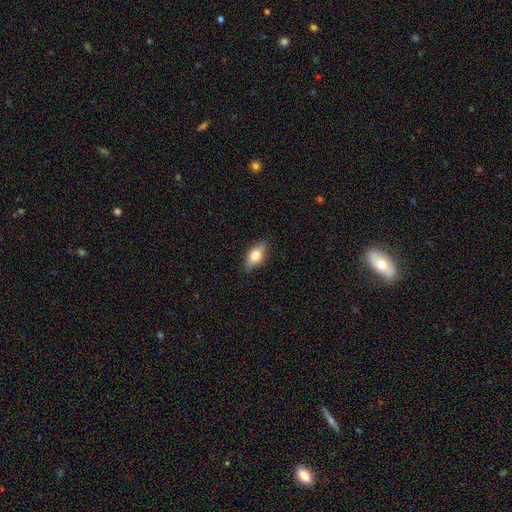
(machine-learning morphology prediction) smooth_or_featured: smooth (p=0.67) [alt: featured or disk p=0.26]
how_rounded: in between (p=0.83) [alt: cigar-shaped p=0.12]
merging: none (p=0.85) [alt: minor disturbance p=0.12]